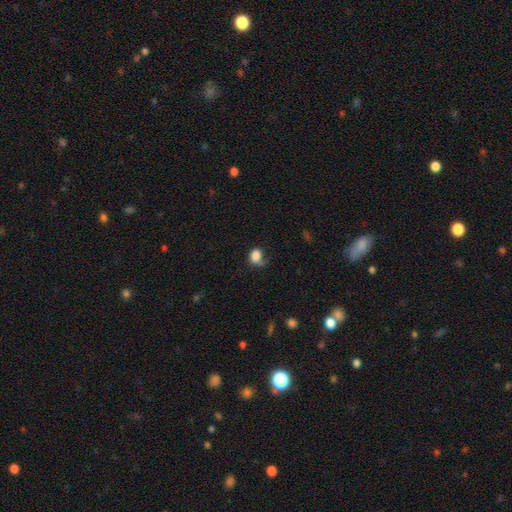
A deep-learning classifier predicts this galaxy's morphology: Smooth or featured: smooth — 81% (star or artifact — 10%)
How rounded: in between — 53% (round — 46%)
Merging: none — 41% (minor disturbance — 31%)